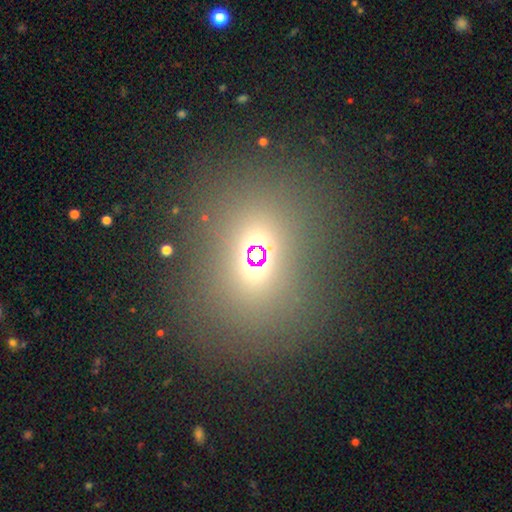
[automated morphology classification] Smooth or featured?
  - star or artifact: 51% *
  - smooth: 38%
  - featured or disk: 11%